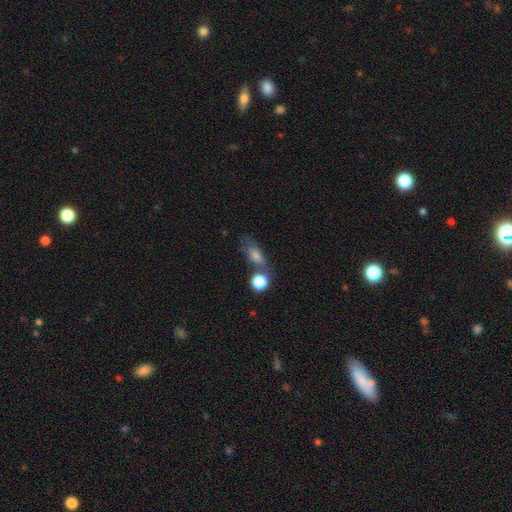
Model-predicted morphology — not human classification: smooth_or_featured: smooth (p=0.68) [alt: featured or disk p=0.18]
how_rounded: in between (p=0.65) [alt: cigar-shaped p=0.18]
merging: none (p=0.51) [alt: merger p=0.19]